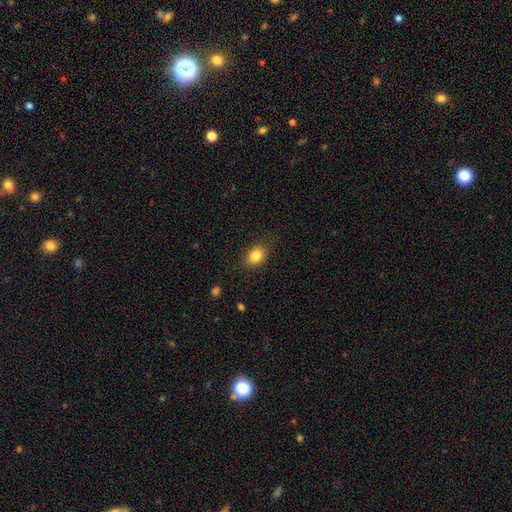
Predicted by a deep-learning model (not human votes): Smooth or featured? smooth (84%)
How rounded? in between (65%)
Merging? none (83%)